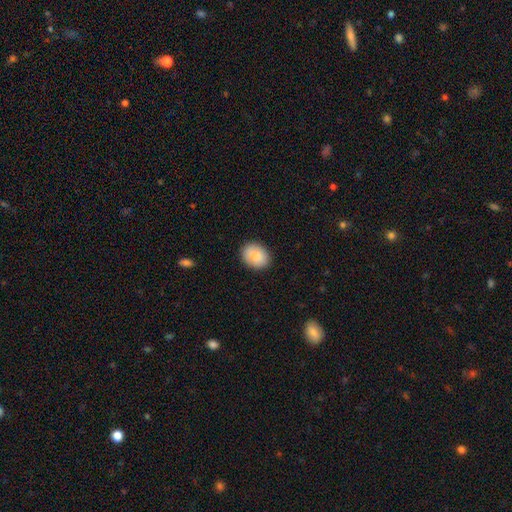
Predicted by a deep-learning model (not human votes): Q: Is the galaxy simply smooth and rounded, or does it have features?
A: smooth — 84%.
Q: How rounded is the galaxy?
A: in between — 57%.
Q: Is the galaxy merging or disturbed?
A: none — 87%.